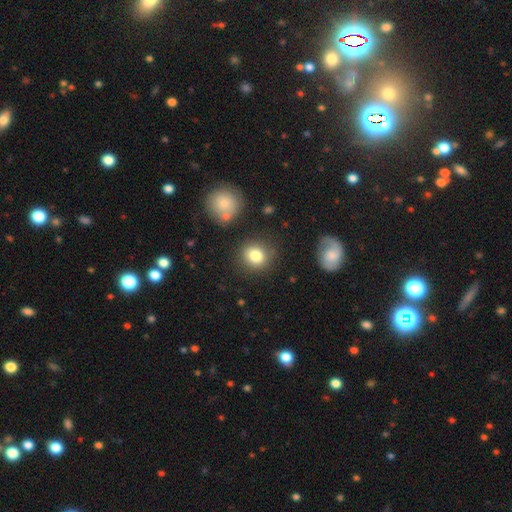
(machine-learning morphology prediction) smooth_or_featured: smooth (p=0.82) [alt: star or artifact p=0.10]
how_rounded: round (p=0.83) [alt: in between p=0.16]
merging: none (p=0.84) [alt: minor disturbance p=0.09]